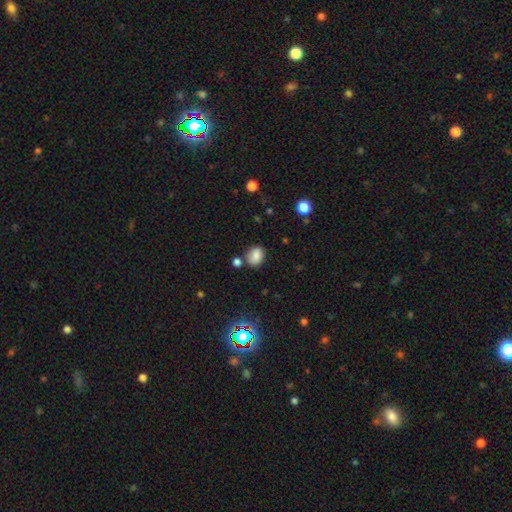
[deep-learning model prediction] Smooth or featured: smooth — 80% (star or artifact — 12%)
How rounded: in between — 62% (round — 37%)
Merging: none — 70% (minor disturbance — 16%)